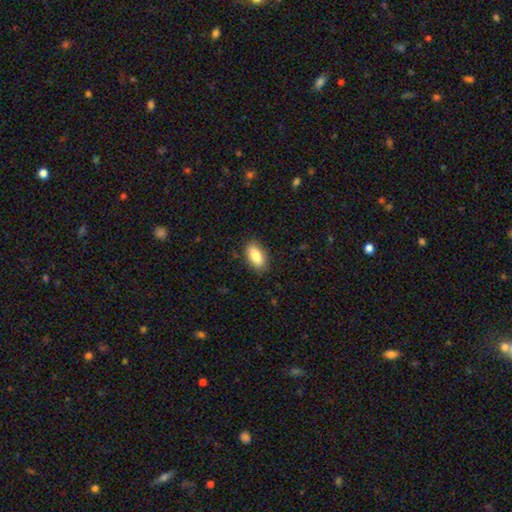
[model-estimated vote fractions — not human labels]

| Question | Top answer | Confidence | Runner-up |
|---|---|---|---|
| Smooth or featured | smooth | 85% | featured or disk (8%) |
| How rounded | in between | 88% | cigar-shaped (9%) |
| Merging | none | 84% | minor disturbance (12%) |